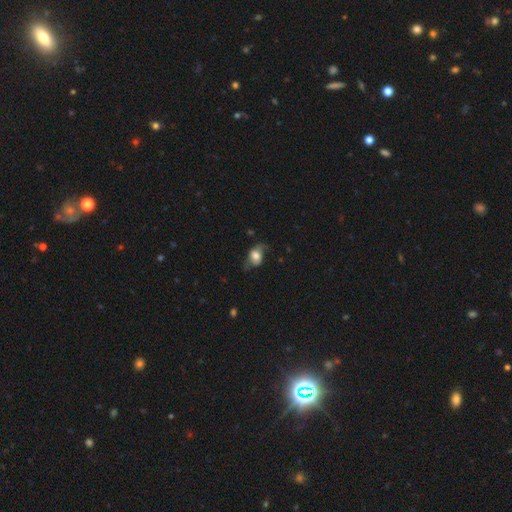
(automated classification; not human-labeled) This appears to be a smooth galaxy with no disk features (61%) that is in between round and cigar-shaped (75%). Merging: none (48%).